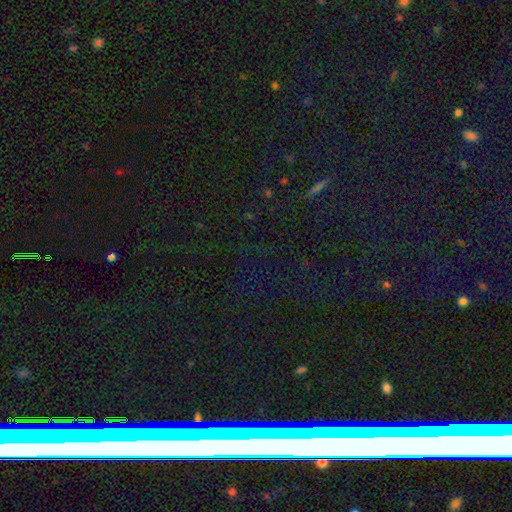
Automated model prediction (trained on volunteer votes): Morphology: type=star or artifact (73%).